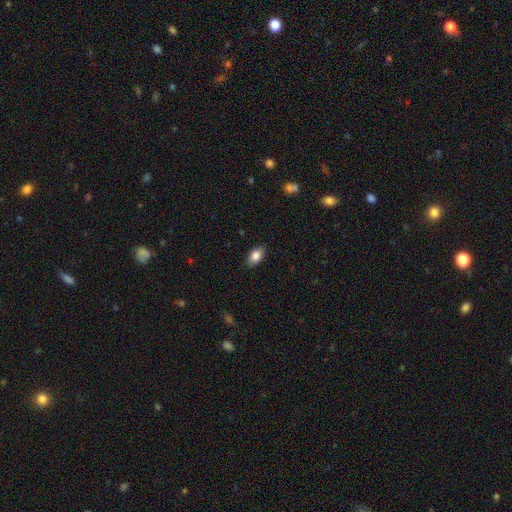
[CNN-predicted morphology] Smooth or featured?
  - smooth: 84% *
  - featured or disk: 9%
  - star or artifact: 7%
How rounded?
  - in between: 89% *
  - round: 7%
  - cigar-shaped: 4%
Merging?
  - none: 85% *
  - minor disturbance: 11%
  - major disturbance: 2%
  - merger: 1%